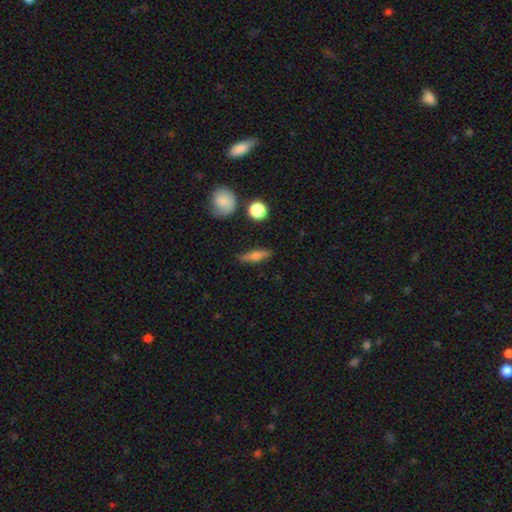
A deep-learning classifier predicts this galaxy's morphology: smooth_or_featured: smooth (p=0.50) [alt: featured or disk p=0.42]
how_rounded: cigar-shaped (p=0.62) [alt: in between p=0.29]
merging: none (p=0.82) [alt: minor disturbance p=0.12]